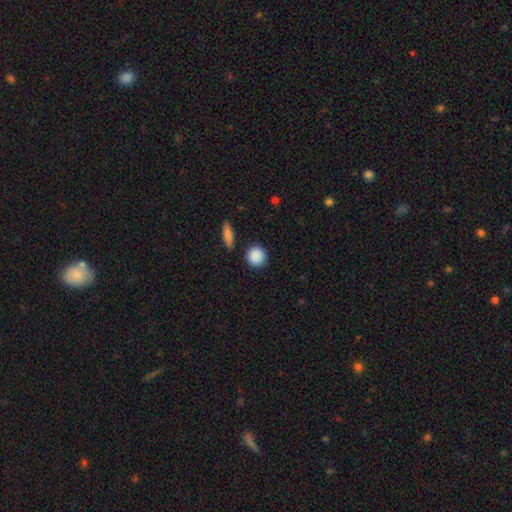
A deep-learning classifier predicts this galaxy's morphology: A smooth galaxy with no disk features (89%) that is round (90%). Merging: none (87%).